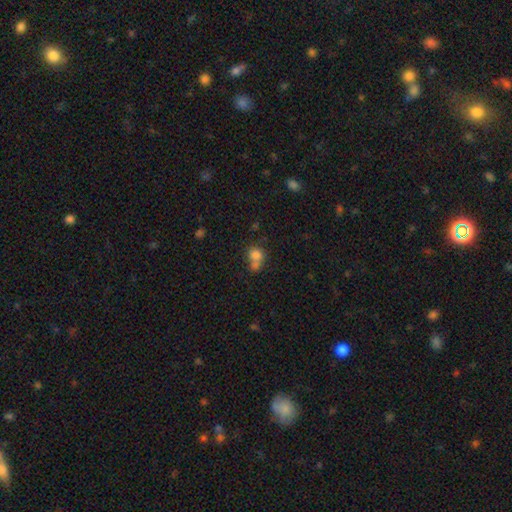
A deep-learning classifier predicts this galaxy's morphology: Smooth or featured? smooth (78%)
How rounded? round (73%)
Merging? merger (52%)